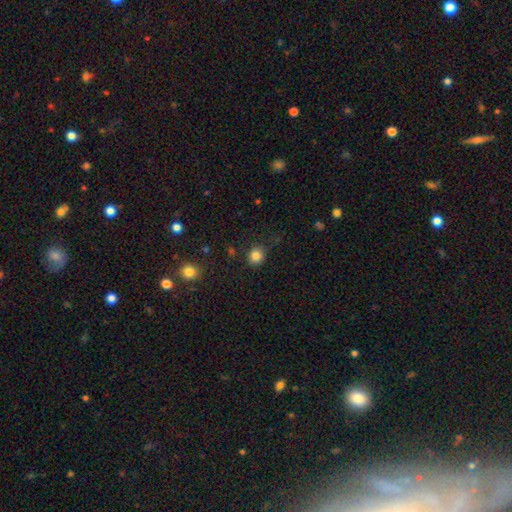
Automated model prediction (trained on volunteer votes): This is clearly a smooth galaxy (84%). How rounded: clearly round (82%). Merging: clearly none (86%).